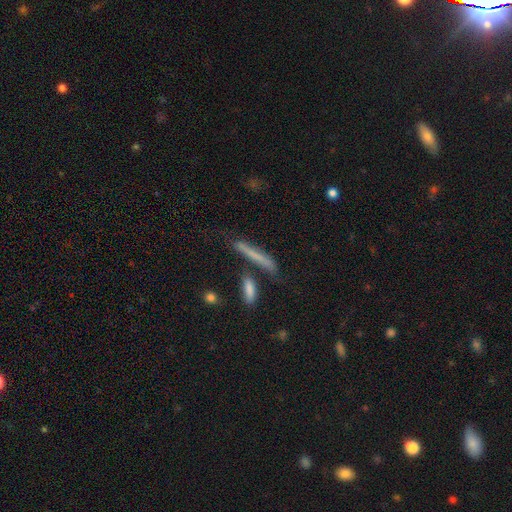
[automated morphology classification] The model was most divided on "smooth or featured": smooth: 56%, featured or disk: 34%, star or artifact: 9%. More confident: how rounded — cigar-shaped (92%); merging — none (67%).